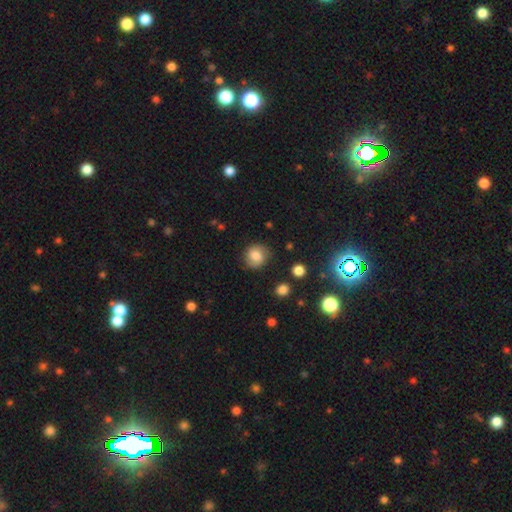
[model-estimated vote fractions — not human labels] This is likely a smooth galaxy (72%). How rounded: likely round (79%). Merging: likely none (79%).